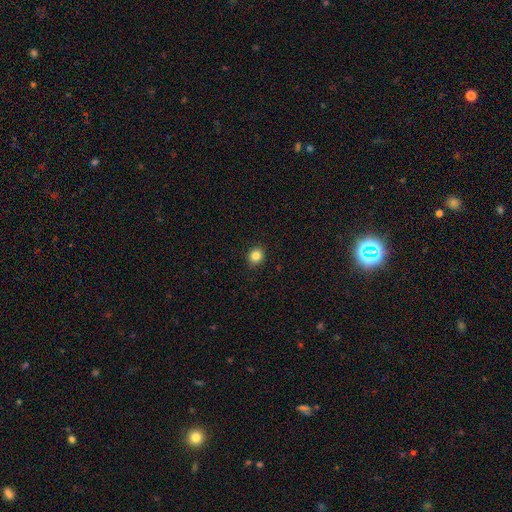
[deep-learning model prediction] This is clearly a smooth galaxy (84%). How rounded: likely round (78%). Merging: clearly none (91%).